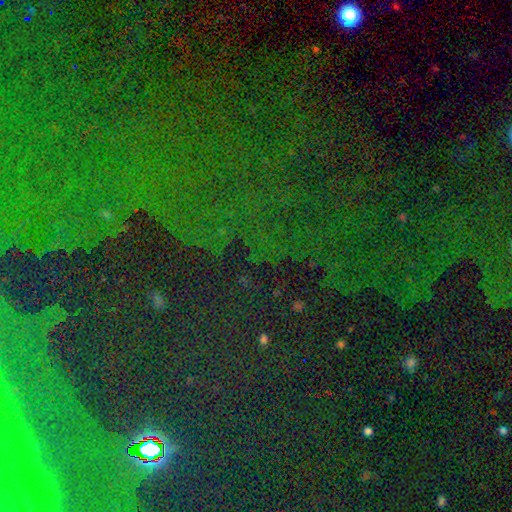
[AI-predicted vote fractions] Q: Smooth or featured?
A: star or artifact (78%); runner-up: smooth (14%)